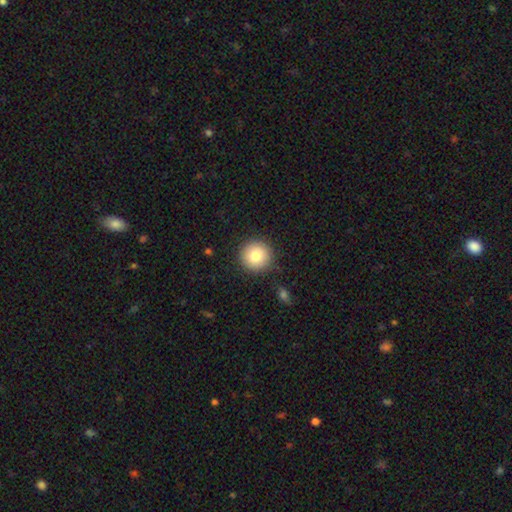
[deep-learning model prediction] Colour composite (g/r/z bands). It shows a smooth galaxy with no disk features (82%) that is round (95%). Merging: none (89%).